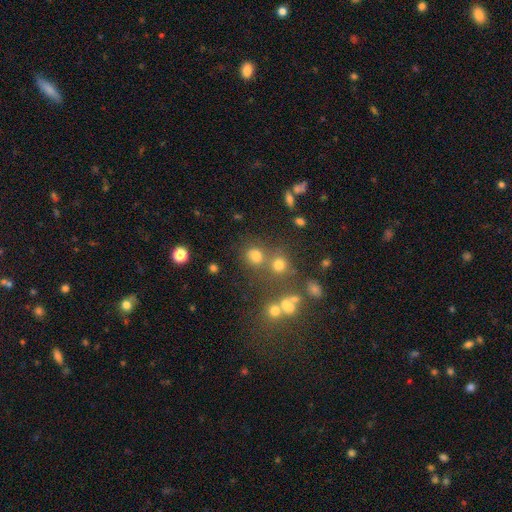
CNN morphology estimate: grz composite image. It shows a smooth galaxy with no disk features (72%) that is round (75%). Merging: none (60%).